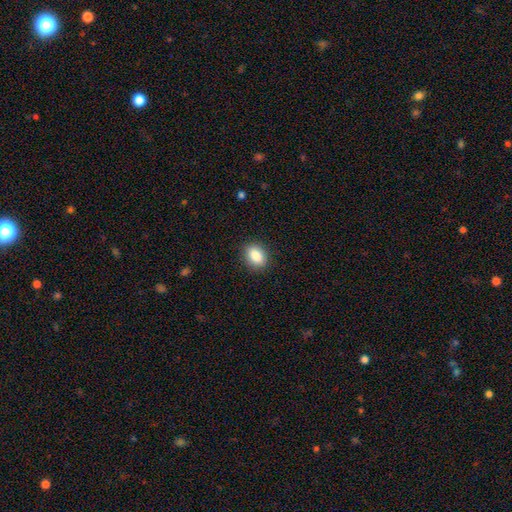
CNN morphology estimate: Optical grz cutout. It shows a smooth galaxy with no disk features (87%) that is in between round and cigar-shaped (74%). Merging: none (88%).